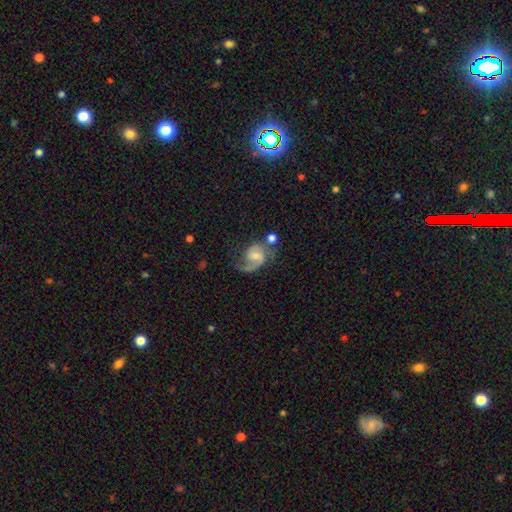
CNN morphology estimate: A featured or disk galaxy (81%) with no bar (48%), 2 (69%) medium (47%) spiral arms (95%) and a small central bulge (44%).

Vote fractions:
- Smooth or featured? featured or disk: 81% / smooth: 13% / star or artifact: 7%
- Edge-on disk? no: 98% / yes: 2%
- Bar? no: 48% / weak: 43% / strong: 9%
- Spiral arms? yes: 95% / no: 5%
- Spiral winding? medium: 47% / loose: 38% / tight: 15%
- Spiral arm count? 2: 69% / 1: 24% / can't tell: 4% / 3: 1% / 4: 1% / more than 4: 1%
- Bulge size? small: 44% / moderate: 41% / none: 8% / large: 5% / dominant: 1%
- Merging? none: 47% / major disturbance: 21% / minor disturbance: 20% / merger: 13%